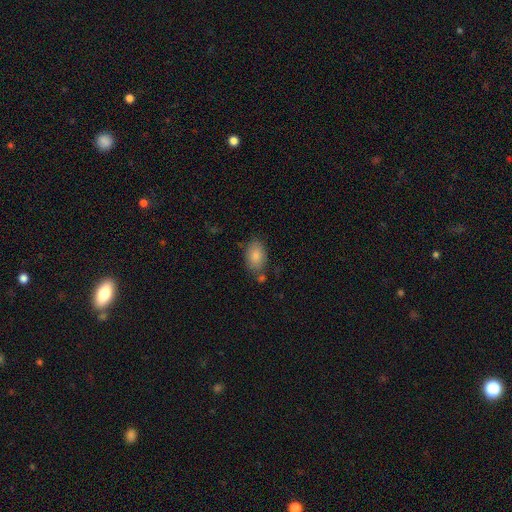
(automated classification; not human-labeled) A smooth galaxy with no disk features (84%) that is in between round and cigar-shaped (87%).

Vote fractions:
- Smooth or featured? smooth: 84% / featured or disk: 9% / star or artifact: 7%
- How rounded? in between: 87% / round: 12% / cigar-shaped: 1%
- Merging? none: 69% / minor disturbance: 18% / merger: 8% / major disturbance: 5%